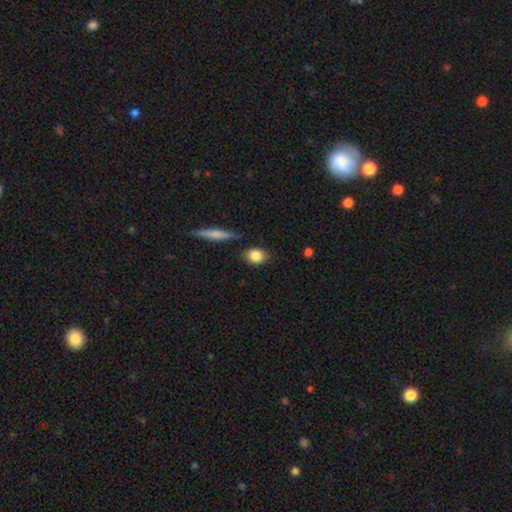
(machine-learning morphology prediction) A smooth galaxy with no disk features (84%) that is in between round and cigar-shaped (53%).

Vote fractions:
- Smooth or featured? smooth: 84% / featured or disk: 9% / star or artifact: 8%
- How rounded? in between: 53% / round: 44% / cigar-shaped: 4%
- Merging? none: 80% / minor disturbance: 13% / merger: 4% / major disturbance: 3%